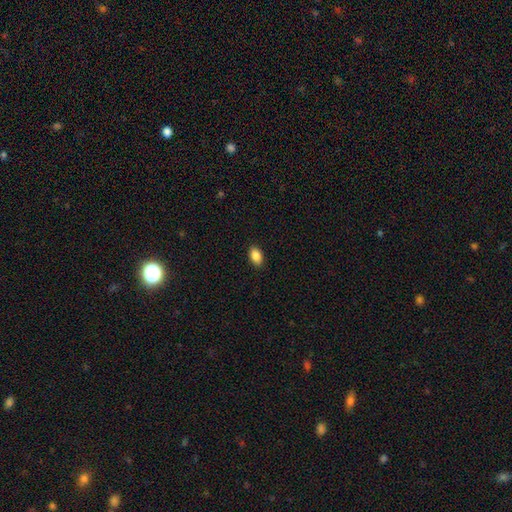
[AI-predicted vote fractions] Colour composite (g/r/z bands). It shows a smooth galaxy with no disk features (87%) that is in between round and cigar-shaped (90%). Merging: none (89%).